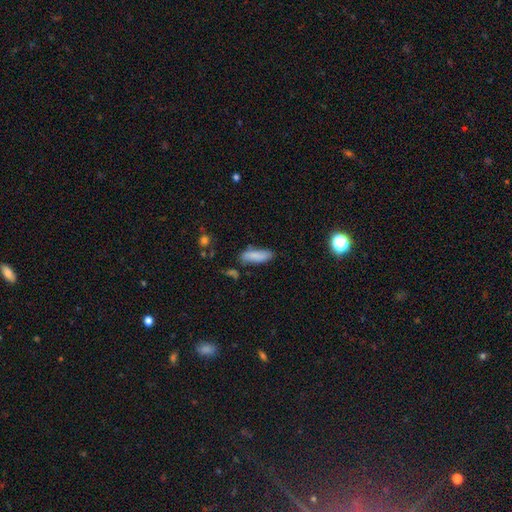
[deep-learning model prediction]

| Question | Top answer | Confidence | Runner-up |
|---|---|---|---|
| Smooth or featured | smooth | 83% | featured or disk (10%) |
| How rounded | in between | 56% | cigar-shaped (42%) |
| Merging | none | 71% | minor disturbance (19%) |